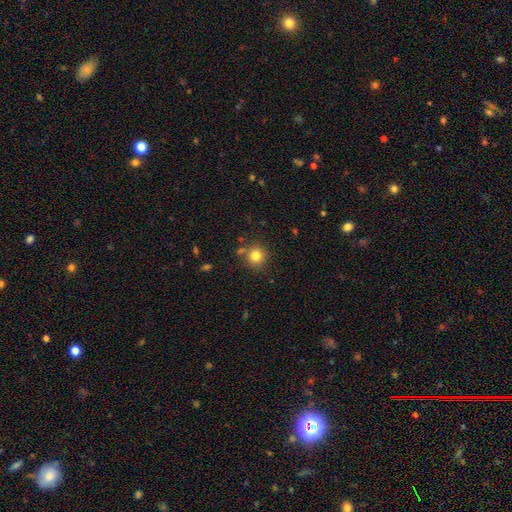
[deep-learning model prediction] This appears to be a smooth galaxy with no disk features (80%) that is round (91%). Merging: none (81%).